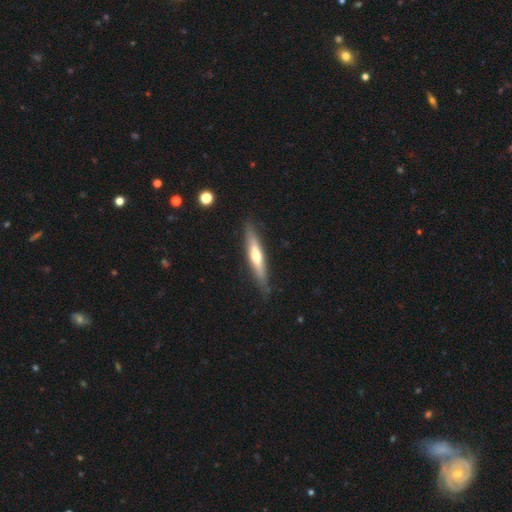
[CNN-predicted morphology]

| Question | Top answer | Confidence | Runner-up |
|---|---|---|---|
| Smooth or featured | featured or disk | 55% | smooth (40%) |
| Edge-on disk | yes | 92% | no (8%) |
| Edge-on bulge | rounded | 81% | none (13%) |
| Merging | none | 85% | minor disturbance (11%) |